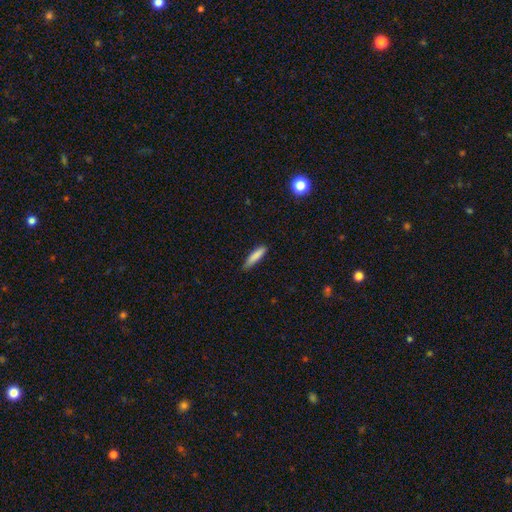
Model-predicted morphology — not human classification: Smooth or featured: smooth — 85% (featured or disk — 9%)
How rounded: cigar-shaped — 80% (in between — 19%)
Merging: none — 76% (minor disturbance — 19%)